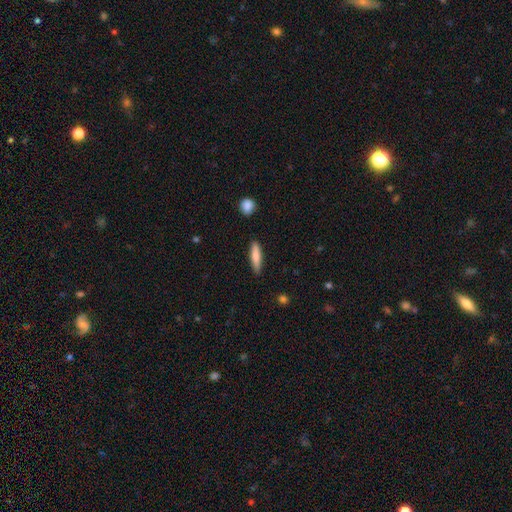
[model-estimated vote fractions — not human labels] Q: Smooth or featured?
A: smooth (76%); runner-up: featured or disk (18%)
Q: How rounded?
A: cigar-shaped (77%); runner-up: in between (21%)
Q: Merging?
A: none (85%); runner-up: minor disturbance (11%)